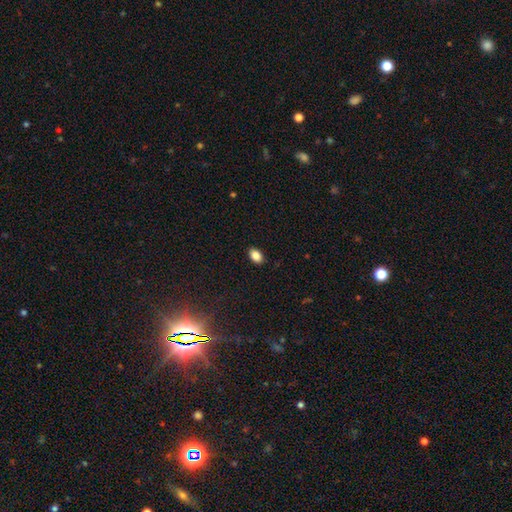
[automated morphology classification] The model was most divided on "how rounded": in between: 87%, round: 12%, cigar-shaped: 1%. More confident: merging — none (89%); smooth or featured — smooth (86%).